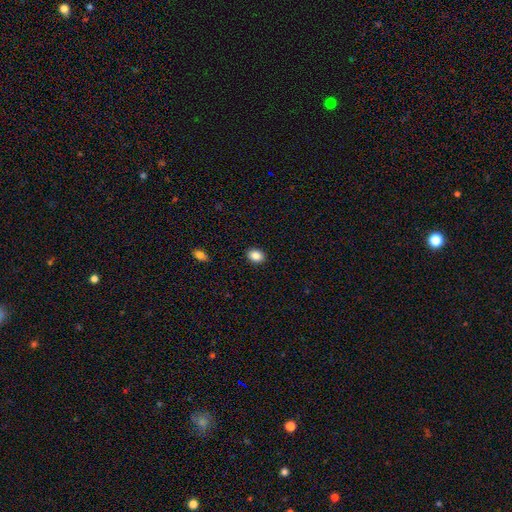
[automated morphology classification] type=smooth (87%); roundness=in between (62%); merging=none (91%).